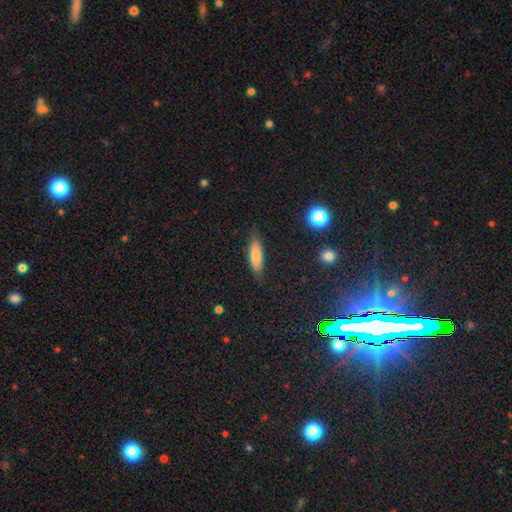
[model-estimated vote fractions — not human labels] A smooth galaxy with no disk features (78%) that is cigar-shaped (57%).

Vote fractions:
- Smooth or featured? smooth: 78% / featured or disk: 14% / star or artifact: 7%
- How rounded? cigar-shaped: 57% / in between: 41% / round: 2%
- Merging? none: 78% / minor disturbance: 17% / major disturbance: 4% / merger: 1%